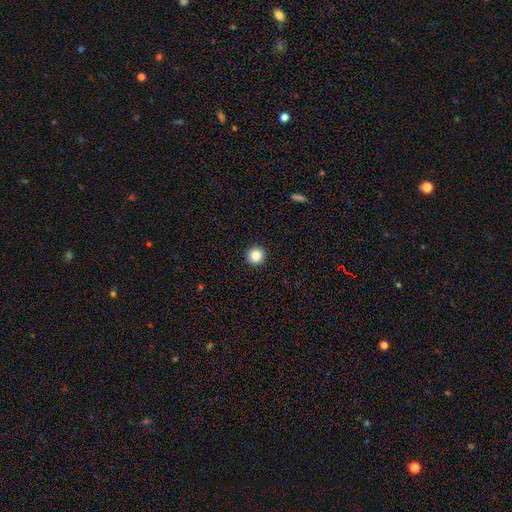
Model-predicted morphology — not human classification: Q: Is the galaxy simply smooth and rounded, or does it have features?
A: smooth — 86%.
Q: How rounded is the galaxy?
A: round — 96%.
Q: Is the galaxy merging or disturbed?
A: none — 94%.